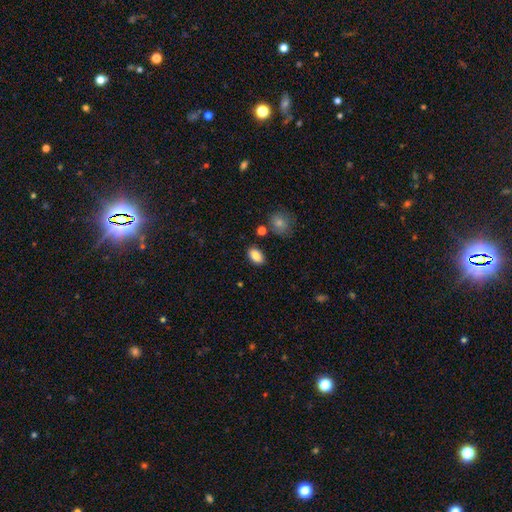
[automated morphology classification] smooth 86%, star or artifact 8%, featured or disk 5%. Down the decision tree: how rounded — in between (90%); merging — none (85%).